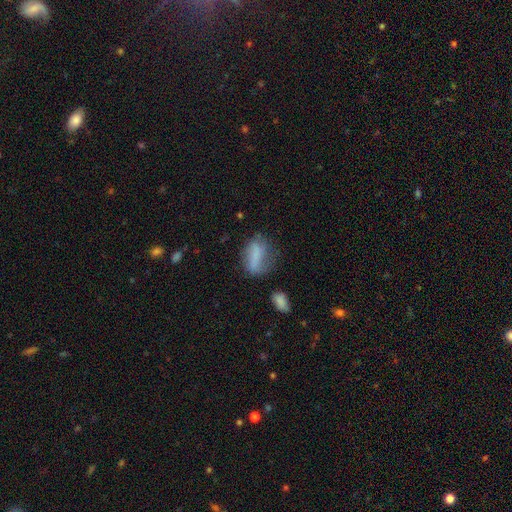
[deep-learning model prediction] The model was most divided on "merging": none: 45%, minor disturbance: 28%, major disturbance: 20%, merger: 6%. More confident: how rounded — in between (71%); smooth or featured — smooth (68%).